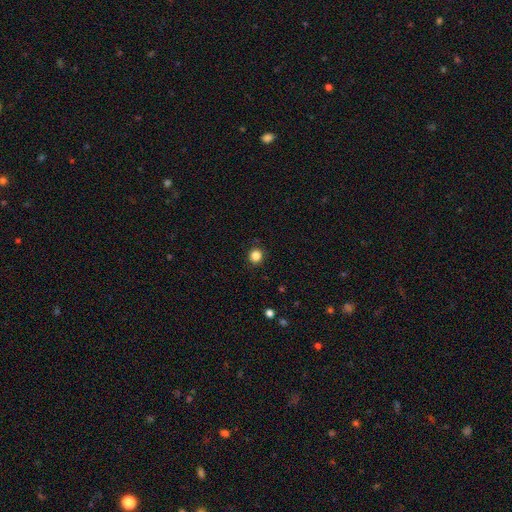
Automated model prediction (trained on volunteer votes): Q: Smooth or featured?
A: smooth (85%); runner-up: star or artifact (12%)
Q: How rounded?
A: round (91%); runner-up: in between (8%)
Q: Merging?
A: none (91%); runner-up: minor disturbance (6%)